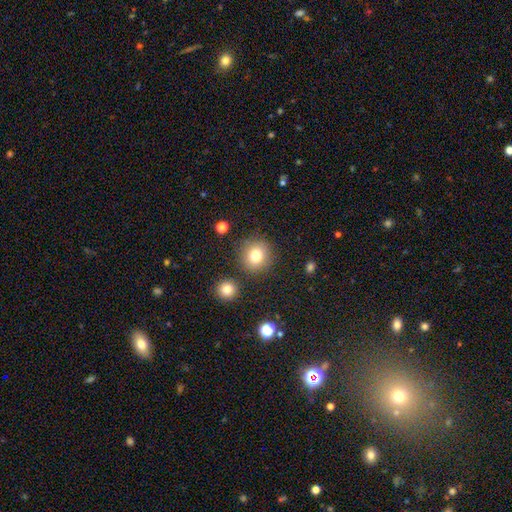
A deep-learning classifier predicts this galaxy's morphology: Smooth or featured: smooth — 79% (star or artifact — 12%)
How rounded: round — 92% (in between — 7%)
Merging: none — 84% (minor disturbance — 8%)